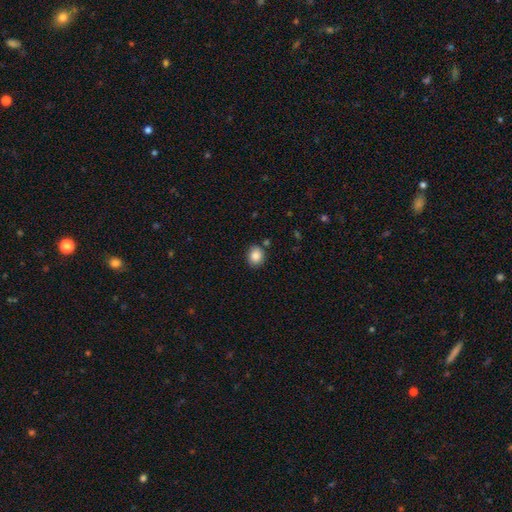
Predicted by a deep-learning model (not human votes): smooth_or_featured: smooth (p=0.87) [alt: star or artifact p=0.09]
how_rounded: round (p=0.67) [alt: in between p=0.32]
merging: none (p=0.81) [alt: minor disturbance p=0.12]